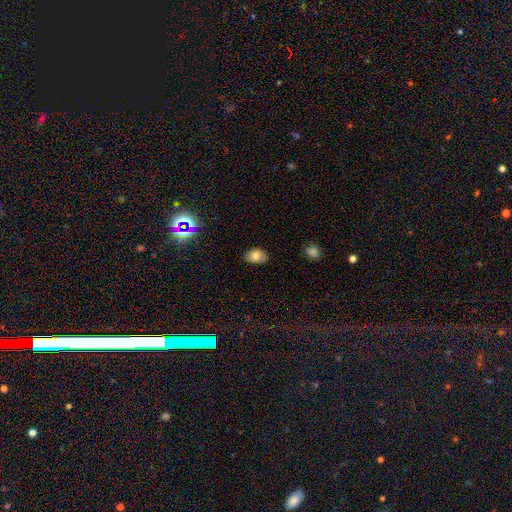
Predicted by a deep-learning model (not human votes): Overall: smooth (74%). How rounded: in between (75%). Merging: none (68%).